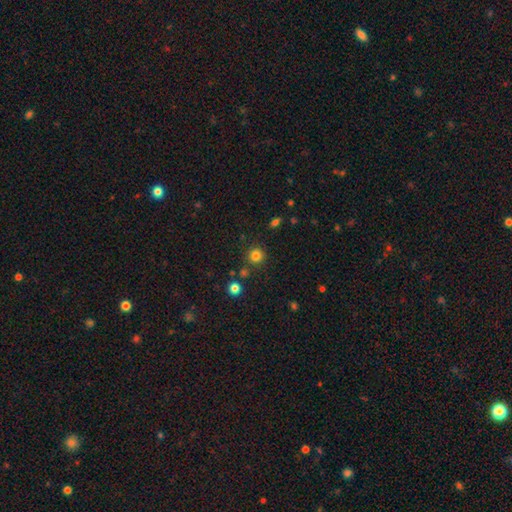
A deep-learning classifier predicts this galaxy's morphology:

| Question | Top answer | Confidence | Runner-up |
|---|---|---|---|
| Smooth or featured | smooth | 80% | star or artifact (14%) |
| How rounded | round | 93% | in between (6%) |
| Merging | none | 85% | minor disturbance (8%) |